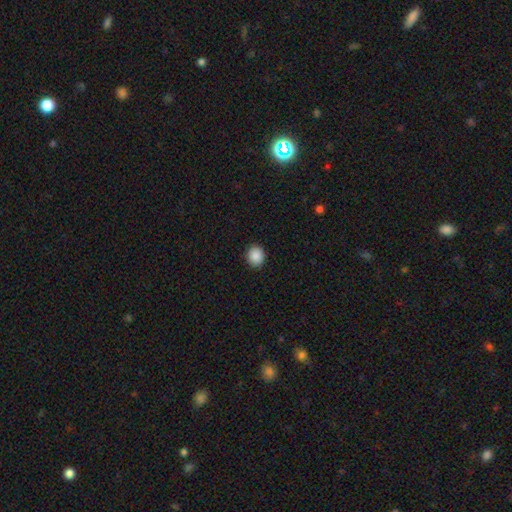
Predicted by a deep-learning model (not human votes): smooth_or_featured: smooth (p=0.89) [alt: star or artifact p=0.08]
how_rounded: round (p=0.76) [alt: in between p=0.24]
merging: none (p=0.92) [alt: minor disturbance p=0.05]